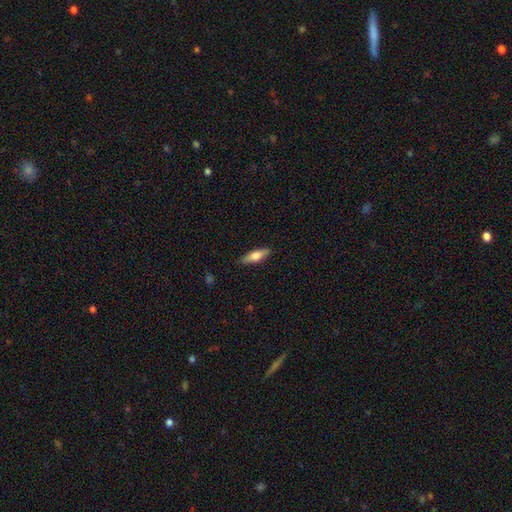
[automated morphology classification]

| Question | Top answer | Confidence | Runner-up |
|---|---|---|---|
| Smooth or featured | smooth | 63% | featured or disk (30%) |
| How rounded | cigar-shaped | 54% | in between (44%) |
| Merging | none | 88% | minor disturbance (9%) |